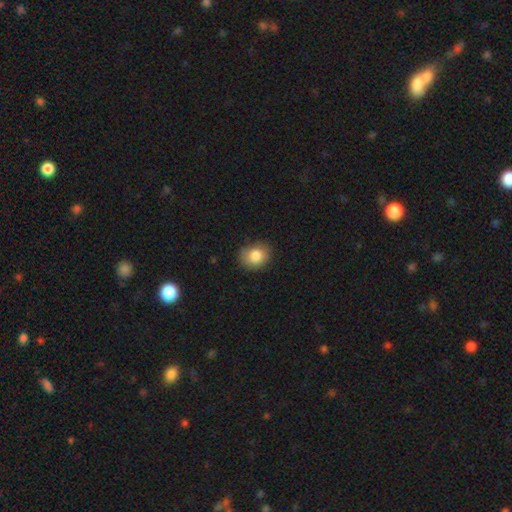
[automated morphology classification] A smooth galaxy with no disk features (82%) that is round (56%).

Vote fractions:
- Smooth or featured? smooth: 82% / featured or disk: 9% / star or artifact: 9%
- How rounded? round: 56% / in between: 43% / cigar-shaped: 1%
- Merging? none: 77% / minor disturbance: 18% / major disturbance: 4% / merger: 1%